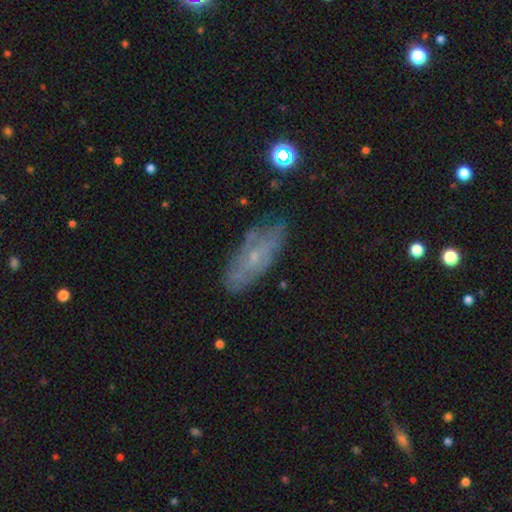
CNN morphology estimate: type=featured or disk (58%); edge-on=no (82%); merging=none (70%).